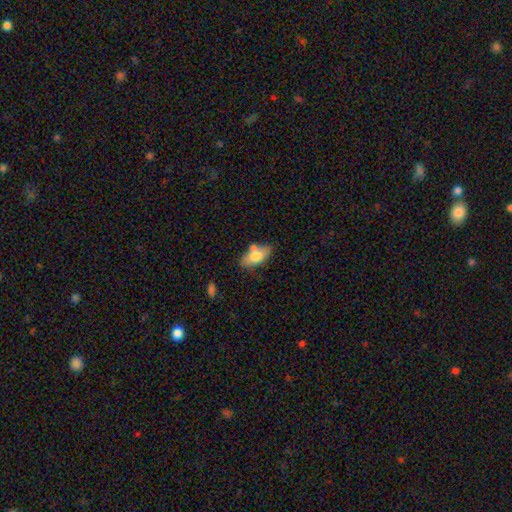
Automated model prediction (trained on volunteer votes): Smooth or featured? smooth (73%)
How rounded? in between (89%)
Merging? none (59%)